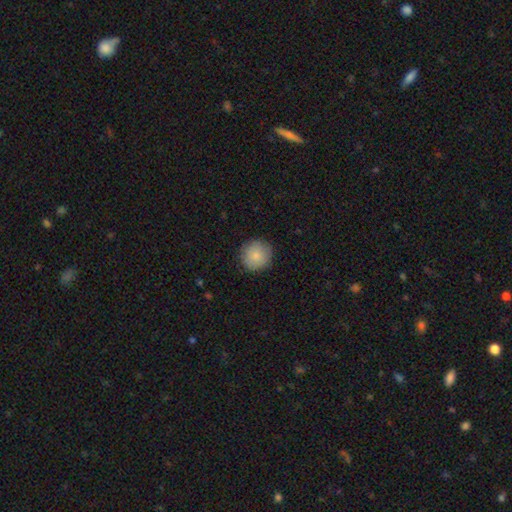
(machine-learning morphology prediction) smooth_or_featured: smooth (p=0.85) [alt: featured or disk p=0.08]
how_rounded: round (p=0.93) [alt: in between p=0.06]
merging: none (p=0.87) [alt: minor disturbance p=0.10]